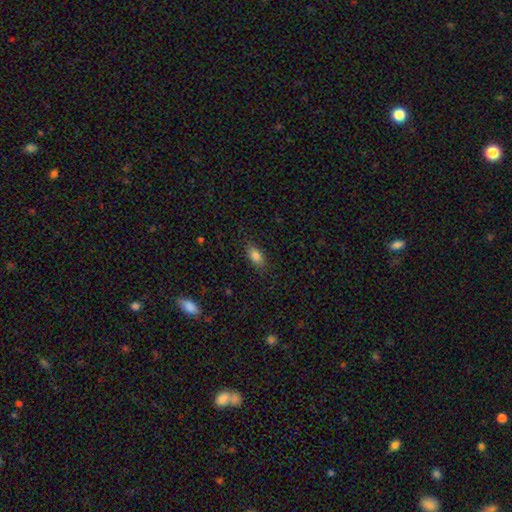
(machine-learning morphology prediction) Smooth or featured? smooth (82%)
How rounded? in between (86%)
Merging? none (83%)